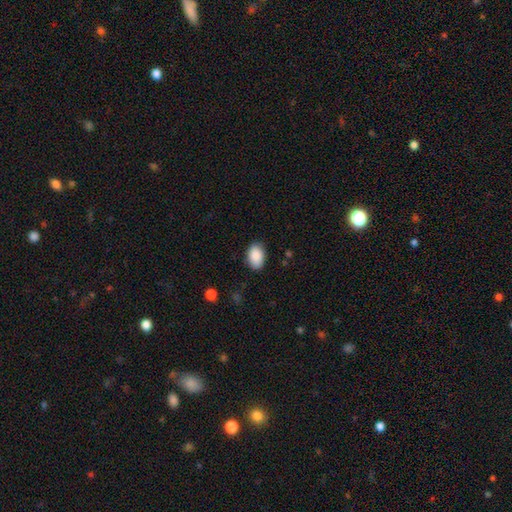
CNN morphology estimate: This is clearly a smooth galaxy (90%). How rounded: clearly in between (88%). Merging: clearly none (84%).